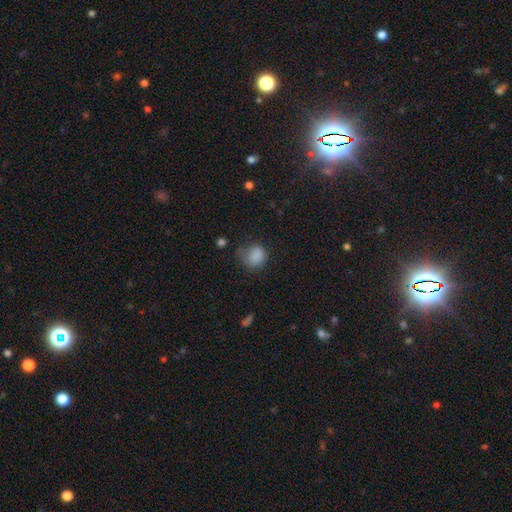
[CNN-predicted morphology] This is clearly a smooth galaxy (83%). How rounded: likely round (71%). Merging: possibly none (47%).